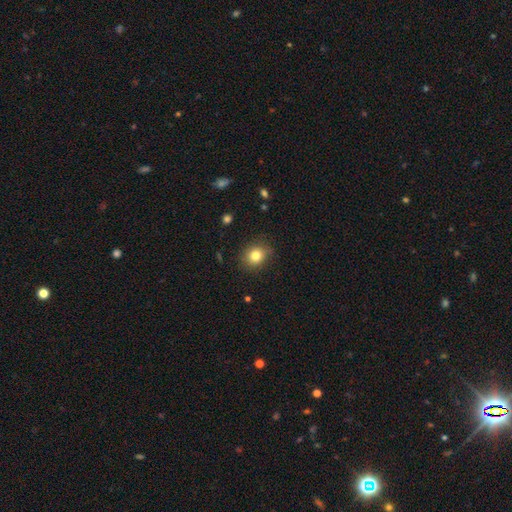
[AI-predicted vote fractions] Smooth or featured? smooth (82%)
How rounded? round (68%)
Merging? none (84%)